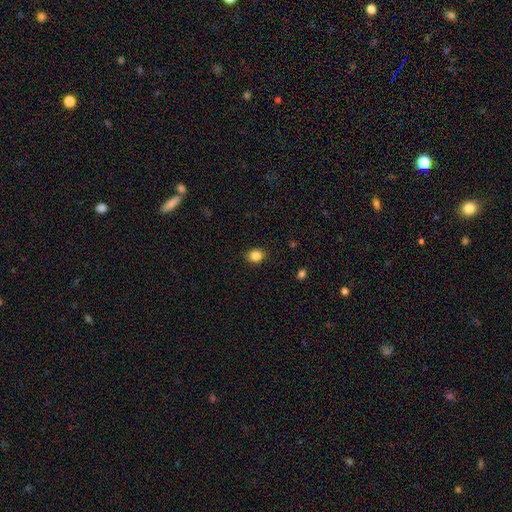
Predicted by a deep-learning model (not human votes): Overall: smooth (85%). How rounded: round (61%; in between 38%). Merging: none (89%).